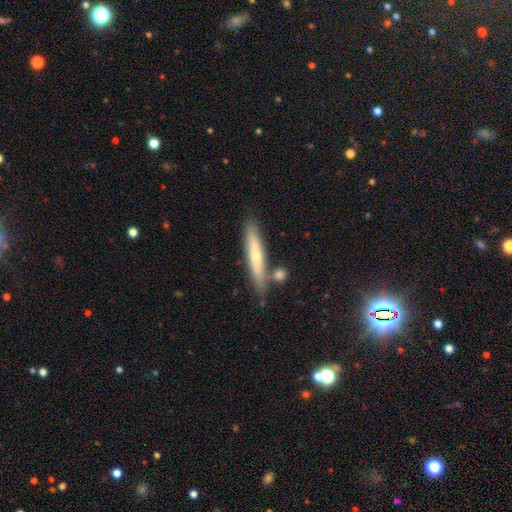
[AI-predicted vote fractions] Smooth or featured? smooth (52%)
How rounded? cigar-shaped (92%)
Merging? none (79%)